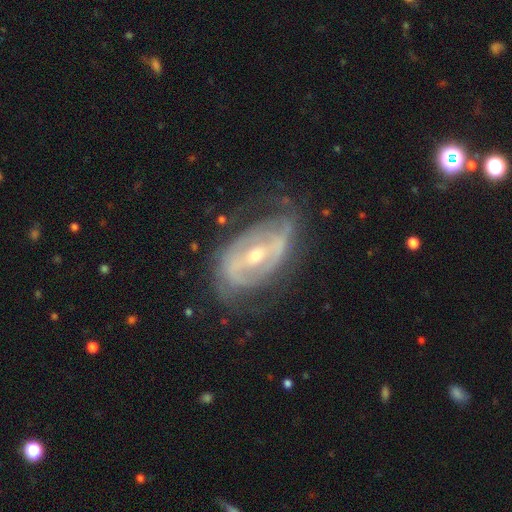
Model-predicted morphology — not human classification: type=featured or disk (85%); edge-on=no (94%); bar=strong (45%); spiral arms=yes (82%); winding=tight (46%); arm count=2 (53%); bulge=small (49%); merging=none (61%).